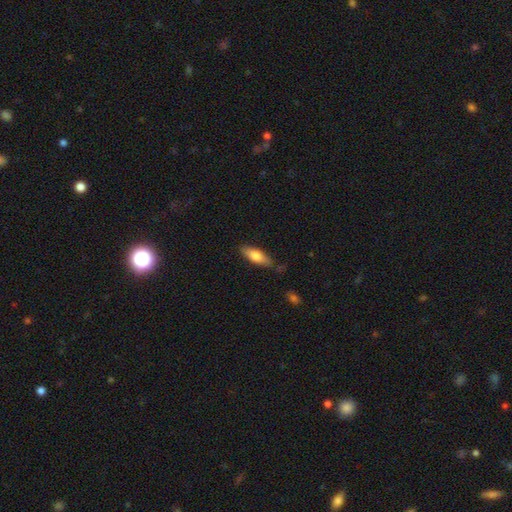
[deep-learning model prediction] smooth-or-featured: smooth: 73% | featured or disk: 21% | star or artifact: 6%
  how-rounded: in between: 62% | cigar-shaped: 36% | round: 2%
  merging: none: 78% | minor disturbance: 16% | major disturbance: 3% | merger: 3%